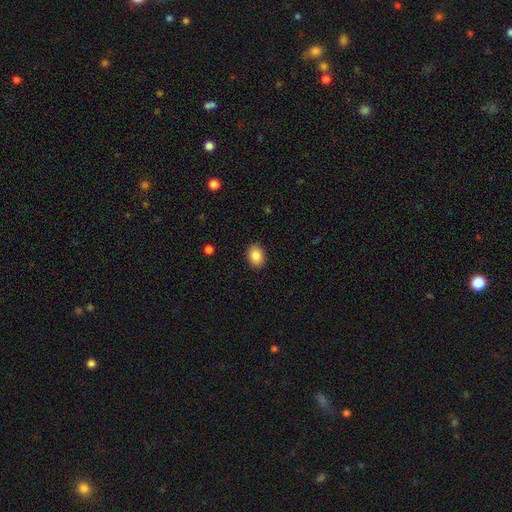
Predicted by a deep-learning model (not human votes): A smooth galaxy with no disk features (86%) that is in between round and cigar-shaped (70%). Merging: none (90%).